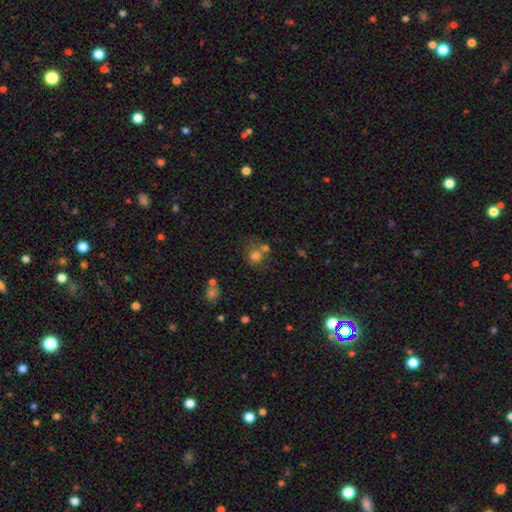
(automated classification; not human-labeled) Morphology: type=smooth (70%); roundness=round (76%); merging=none (46%).